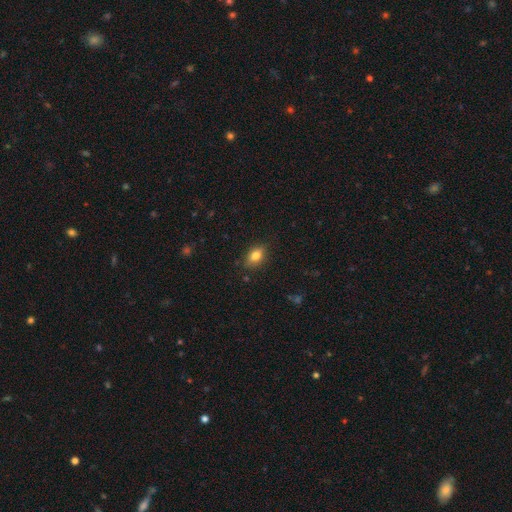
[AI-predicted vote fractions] Overall: smooth (77%). How rounded: in between (80%). Merging: none (82%).